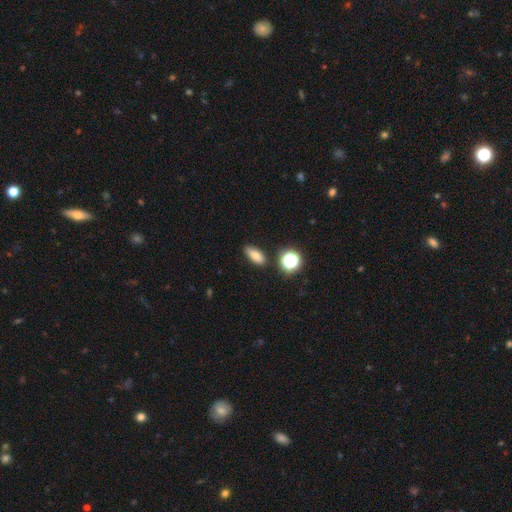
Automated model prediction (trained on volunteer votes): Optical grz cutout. It shows a smooth galaxy with no disk features (77%) that is in between round and cigar-shaped (76%). Merging: none (83%).